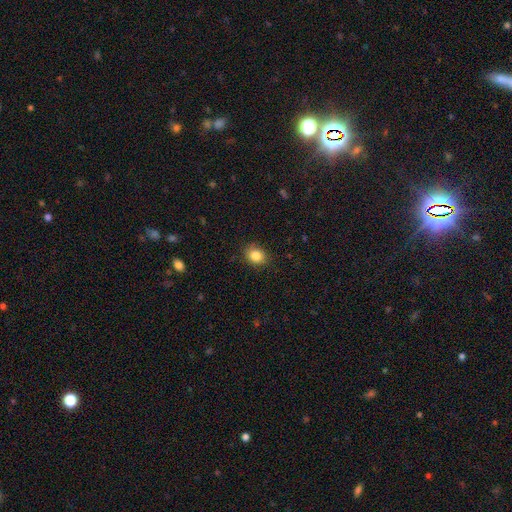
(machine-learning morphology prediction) smooth-or-featured: smooth: 85% | star or artifact: 10% | featured or disk: 6%
  how-rounded: round: 56% | in between: 43% | cigar-shaped: 1%
  merging: none: 85% | minor disturbance: 11% | major disturbance: 3% | merger: 1%